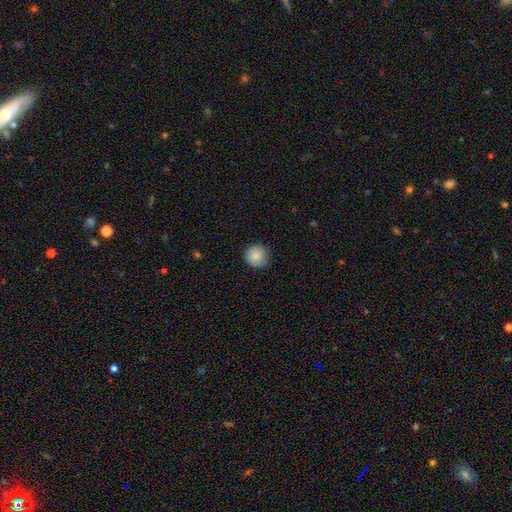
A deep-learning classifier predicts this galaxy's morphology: This is clearly a smooth galaxy (86%). How rounded: clearly round (94%). Merging: clearly none (81%).